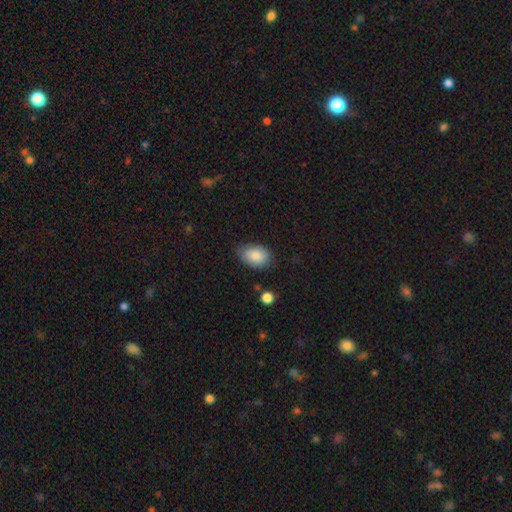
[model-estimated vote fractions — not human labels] Smooth or featured?
  - smooth: 85% *
  - featured or disk: 8%
  - star or artifact: 7%
How rounded?
  - in between: 88% *
  - round: 11%
  - cigar-shaped: 1%
Merging?
  - none: 69% *
  - minor disturbance: 25%
  - major disturbance: 4%
  - merger: 2%